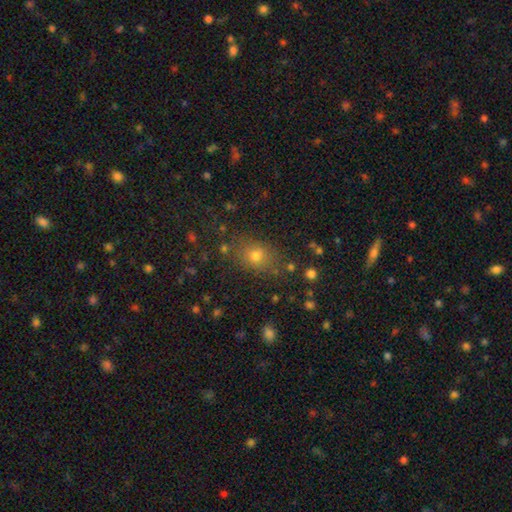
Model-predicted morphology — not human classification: The model was most divided on "how rounded": in between: 50%, round: 48%, cigar-shaped: 2%. More confident: merging — none (79%); smooth or featured — smooth (72%).